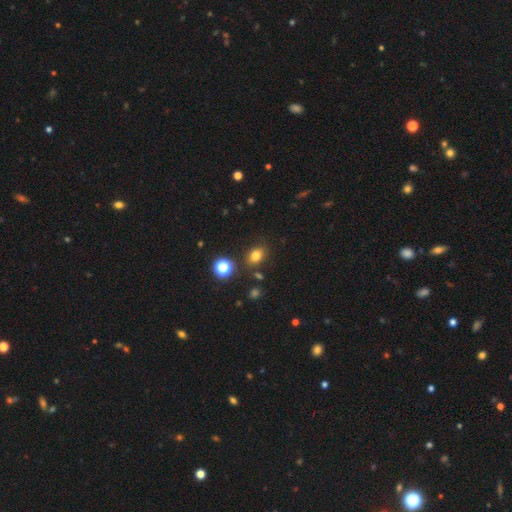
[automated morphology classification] Smooth or featured?
  - smooth: 78% *
  - star or artifact: 15%
  - featured or disk: 7%
How rounded?
  - in between: 62% *
  - round: 37%
  - cigar-shaped: 1%
Merging?
  - none: 81% *
  - minor disturbance: 11%
  - merger: 5%
  - major disturbance: 3%